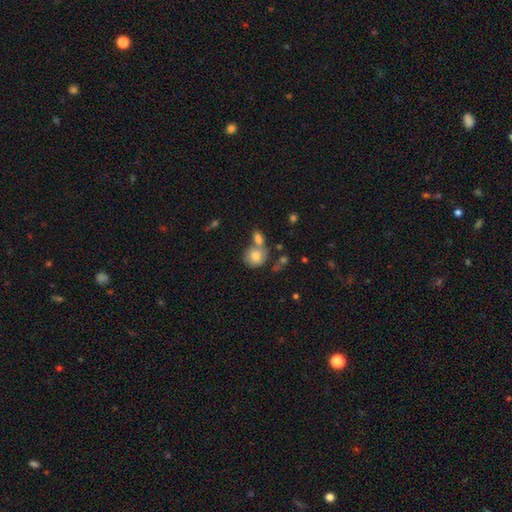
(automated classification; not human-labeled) Q: Smooth or featured?
A: smooth (79%); runner-up: featured or disk (13%)
Q: How rounded?
A: round (75%); runner-up: in between (24%)
Q: Merging?
A: none (43%); runner-up: merger (39%)